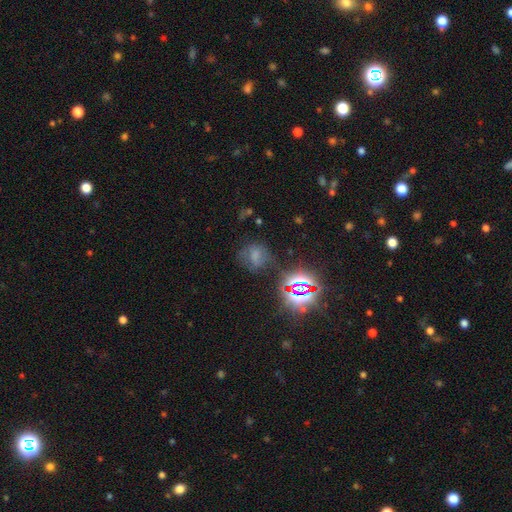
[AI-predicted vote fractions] Smooth or featured?
  - smooth: 48% *
  - star or artifact: 32%
  - featured or disk: 19%
Merging?
  - none: 55% *
  - minor disturbance: 24%
  - major disturbance: 16%
  - merger: 5%